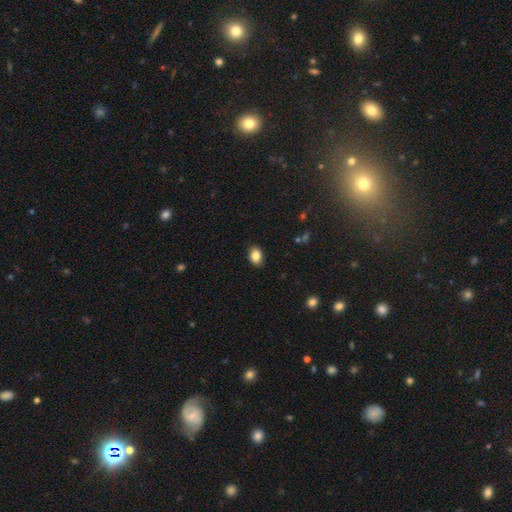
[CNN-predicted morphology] Q: Smooth or featured?
A: smooth (85%); runner-up: star or artifact (9%)
Q: How rounded?
A: in between (80%); runner-up: round (19%)
Q: Merging?
A: none (88%); runner-up: minor disturbance (9%)